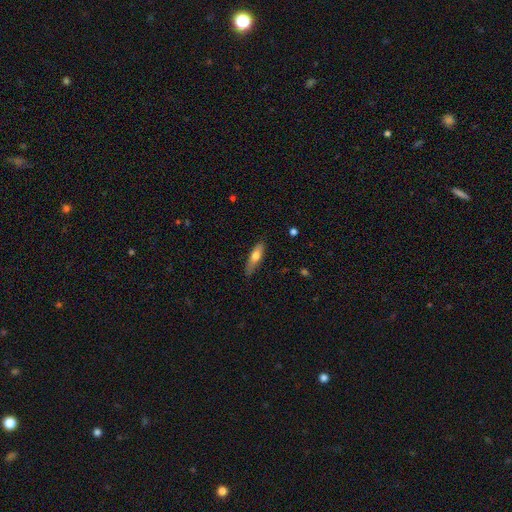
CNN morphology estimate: A smooth galaxy with no disk features (63%) that is cigar-shaped (61%).

Vote fractions:
- Smooth or featured? smooth: 63% / featured or disk: 31% / star or artifact: 6%
- How rounded? cigar-shaped: 61% / in between: 37% / round: 2%
- Merging? none: 82% / minor disturbance: 15% / major disturbance: 3% / merger: 1%